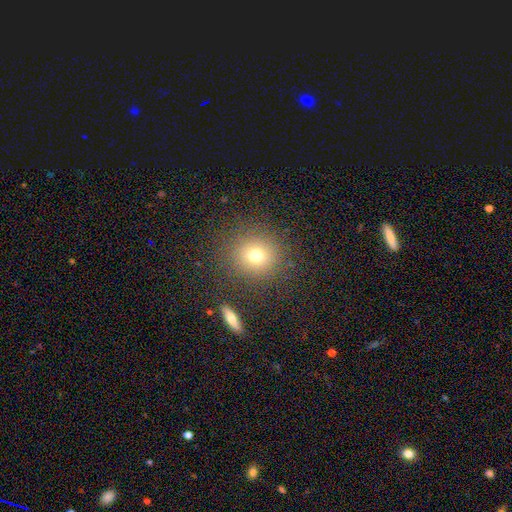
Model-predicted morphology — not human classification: smooth_or_featured: smooth (p=0.73) [alt: star or artifact p=0.15]
how_rounded: round (p=0.84) [alt: in between p=0.15]
merging: none (p=0.85) [alt: minor disturbance p=0.08]